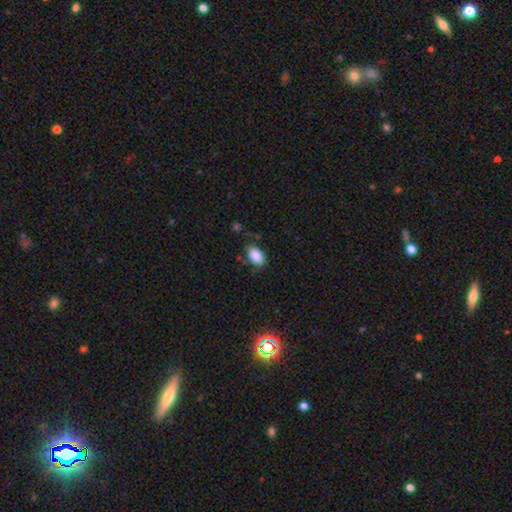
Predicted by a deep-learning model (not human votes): smooth 89%, star or artifact 7%, featured or disk 4%. Down the decision tree: how rounded — in between (92%); merging — none (76%).